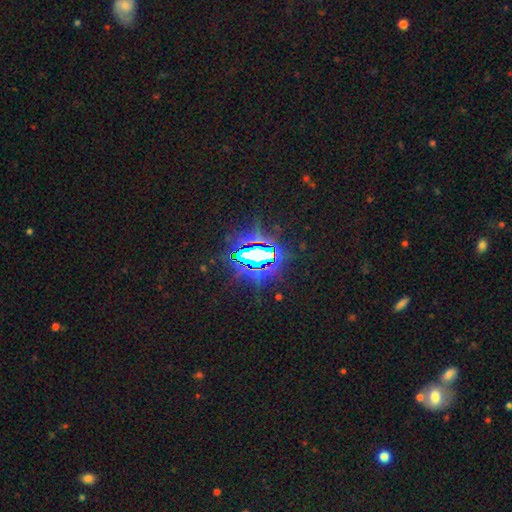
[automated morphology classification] This appears to be a star or artifact, not a galaxy (80%).